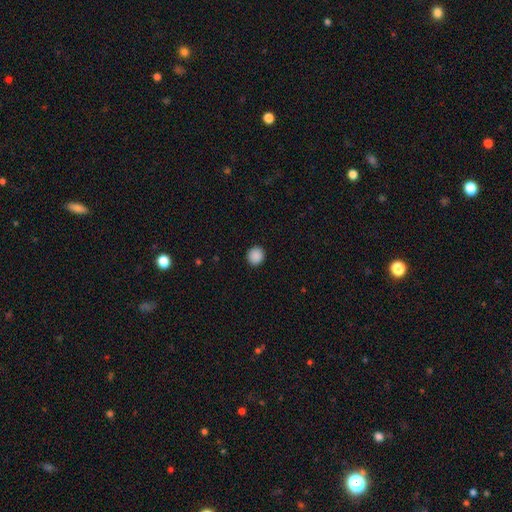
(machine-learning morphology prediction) Smooth or featured? smooth (89%)
How rounded? round (86%)
Merging? none (92%)